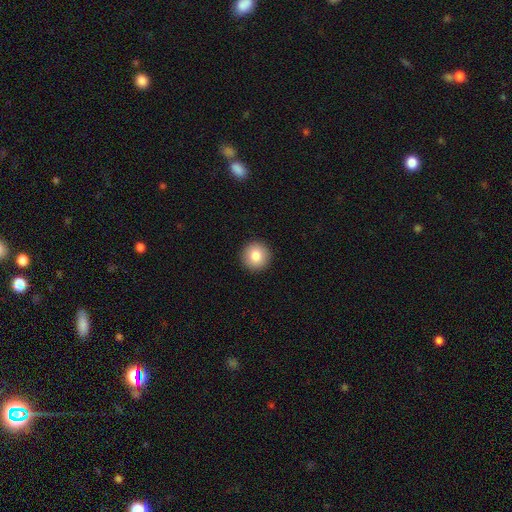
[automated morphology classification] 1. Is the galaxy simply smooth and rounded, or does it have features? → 83% smooth, 9% star or artifact, 8% featured or disk.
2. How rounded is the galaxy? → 96% round, 4% in between, 1% cigar-shaped.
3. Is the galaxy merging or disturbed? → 93% none, 4% minor disturbance, 1% major disturbance, 1% merger.